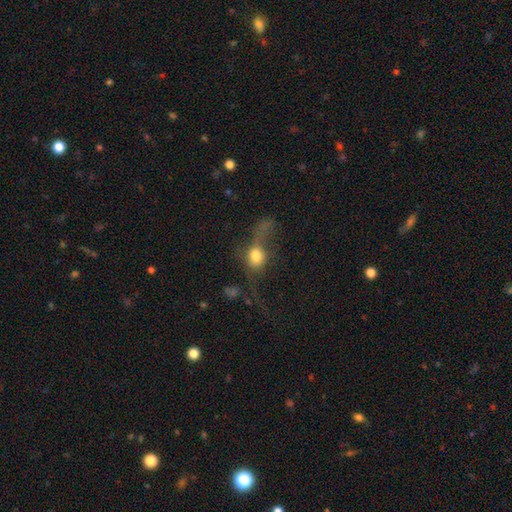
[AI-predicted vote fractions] A smooth galaxy with no disk features (61%) that is round (54%).

Vote fractions:
- Smooth or featured? smooth: 61% / featured or disk: 25% / star or artifact: 14%
- How rounded? round: 54% / in between: 41% / cigar-shaped: 5%
- Merging? major disturbance: 52% / none: 26% / minor disturbance: 15% / merger: 8%